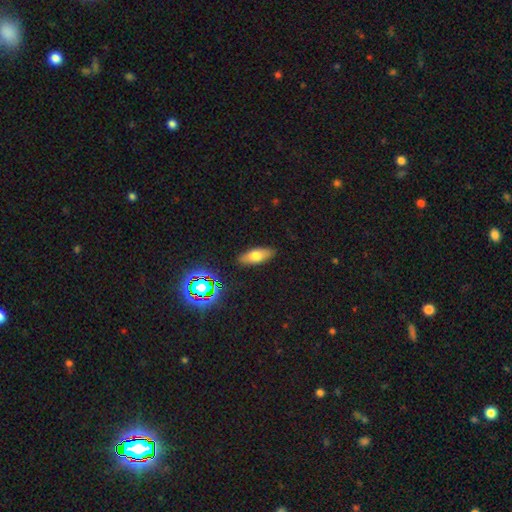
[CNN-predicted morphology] The model was most divided on "smooth or featured": smooth: 70%, featured or disk: 19%, star or artifact: 11%. More confident: merging — none (87%); how rounded — in between (75%).